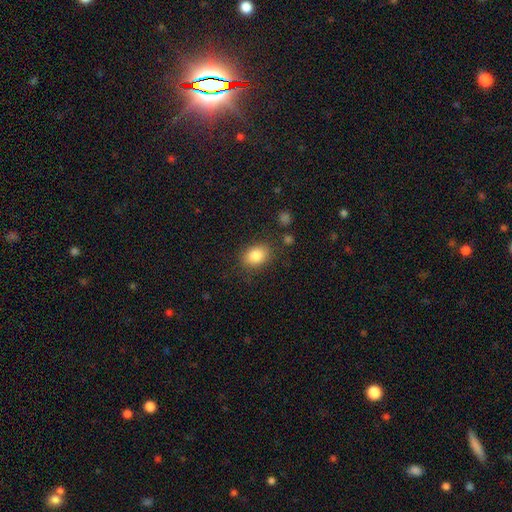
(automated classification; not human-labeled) smooth 85%, star or artifact 8%, featured or disk 7%. Down the decision tree: how rounded — in between (70%); merging — none (81%).